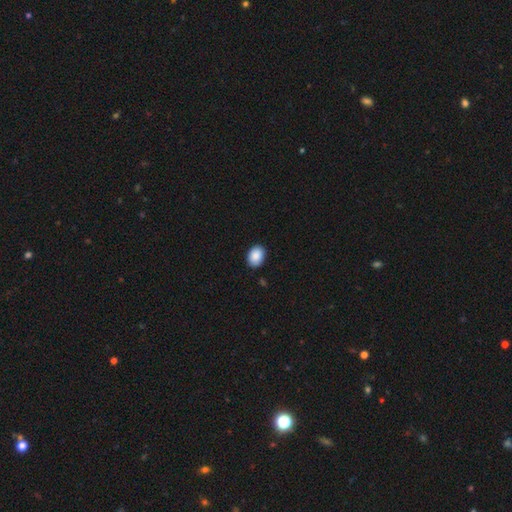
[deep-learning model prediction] A smooth galaxy with no disk features (89%) that is in between round and cigar-shaped (75%).

Vote fractions:
- Smooth or featured? smooth: 89% / star or artifact: 7% / featured or disk: 4%
- How rounded? in between: 75% / round: 24% / cigar-shaped: 1%
- Merging? none: 89% / minor disturbance: 9% / major disturbance: 2% / merger: 1%